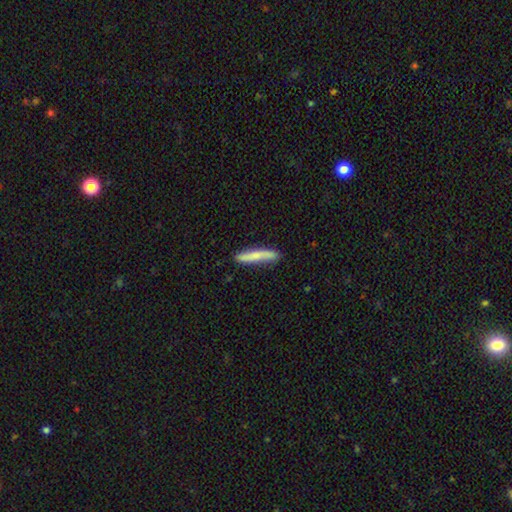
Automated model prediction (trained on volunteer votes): smooth-or-featured: smooth: 71% | featured or disk: 23% | star or artifact: 5%
  how-rounded: cigar-shaped: 92% | in between: 6% | round: 1%
  merging: none: 83% | minor disturbance: 13% | major disturbance: 2% | merger: 2%